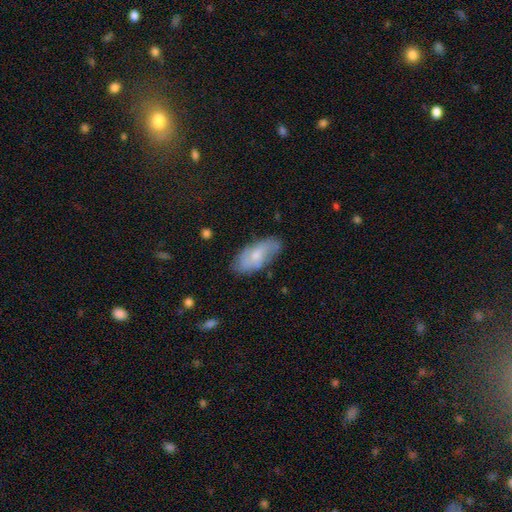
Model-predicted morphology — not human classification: smooth-or-featured: smooth: 52% | featured or disk: 41% | star or artifact: 7%
  how-rounded: in between: 87% | cigar-shaped: 11% | round: 3%
  merging: none: 71% | minor disturbance: 22% | major disturbance: 5% | merger: 2%